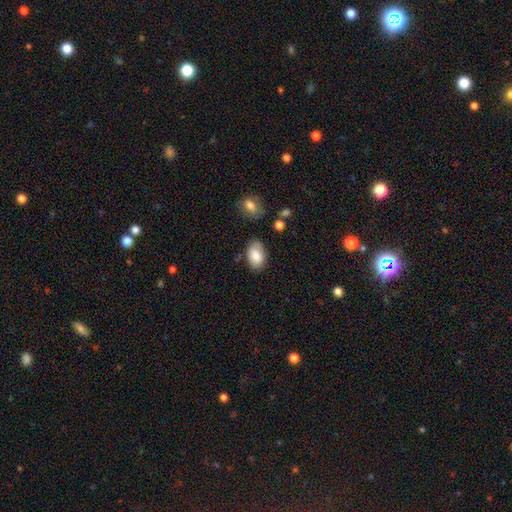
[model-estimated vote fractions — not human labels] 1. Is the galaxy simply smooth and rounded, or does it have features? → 84% smooth, 9% featured or disk, 7% star or artifact.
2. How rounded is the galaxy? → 89% in between, 9% round, 1% cigar-shaped.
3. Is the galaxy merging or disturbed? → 72% none, 20% minor disturbance, 4% major disturbance, 4% merger.